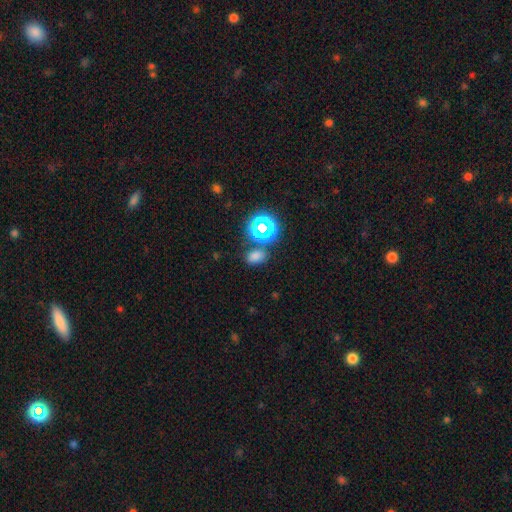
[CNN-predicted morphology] smooth 67%, star or artifact 28%, featured or disk 6%. Down the decision tree: how rounded — in between (74%); merging — none (76%).